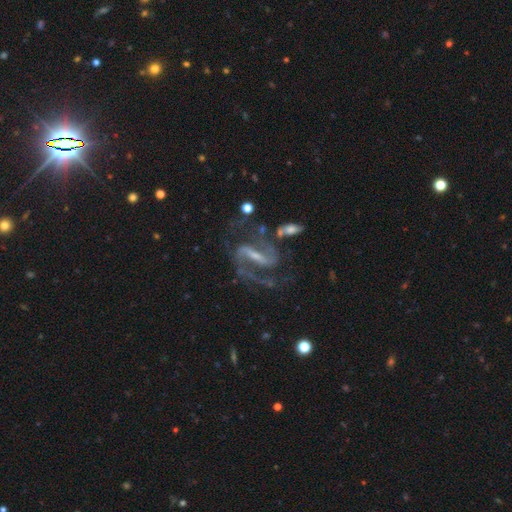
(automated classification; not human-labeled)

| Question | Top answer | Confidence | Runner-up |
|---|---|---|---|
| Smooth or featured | featured or disk | 90% | star or artifact (6%) |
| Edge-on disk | no | 95% | yes (5%) |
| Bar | strong | 66% | weak (26%) |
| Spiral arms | yes | 97% | no (3%) |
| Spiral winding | medium | 58% | loose (25%) |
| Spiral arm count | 2 | 91% | can't tell (3%) |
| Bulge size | small | 59% | moderate (25%) |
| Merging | none | 63% | major disturbance (15%) |